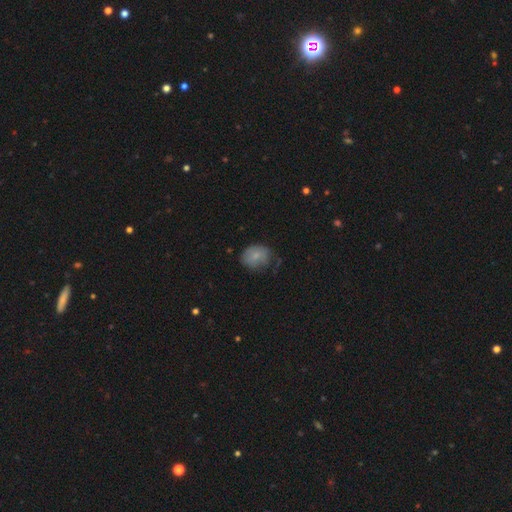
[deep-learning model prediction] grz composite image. It shows a smooth galaxy with no disk features (75%) that is in between round and cigar-shaped (51%). Merging: none (55%).